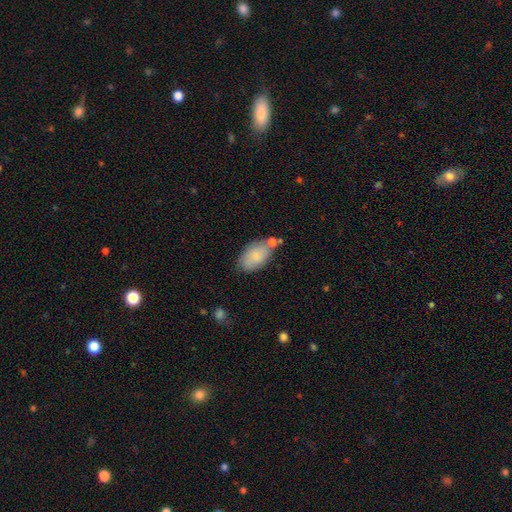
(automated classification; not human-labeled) This appears to be a smooth galaxy with no disk features (77%) that is in between round and cigar-shaped (93%). Merging: none (63%).